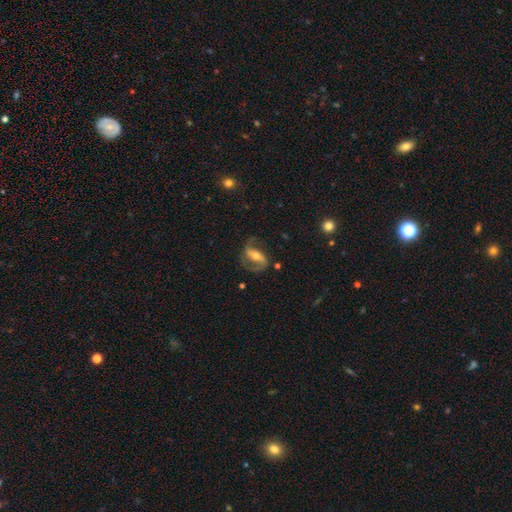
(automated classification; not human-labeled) Smooth or featured? Predicted: featured or disk (p=0.85). Edge-on disk? Predicted: no (p=0.96). Bar? Predicted: strong (p=0.47). Spiral arms? Predicted: yes (p=0.95). Spiral winding? Predicted: medium (p=0.47). Spiral arm count? Predicted: 2 (p=0.90). Bulge size? Predicted: moderate (p=0.60). Merging? Predicted: none (p=0.71).